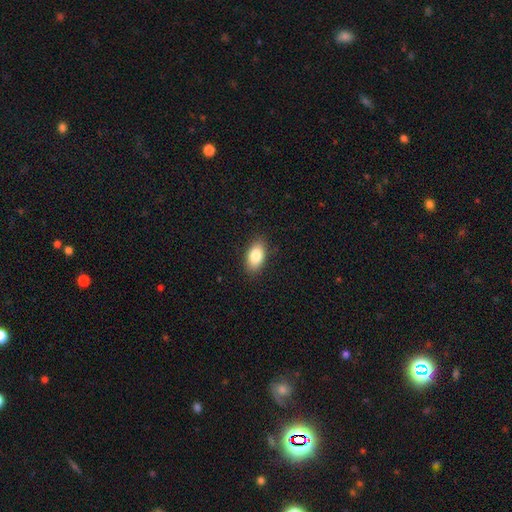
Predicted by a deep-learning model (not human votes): smooth-or-featured: smooth: 84% | featured or disk: 9% | star or artifact: 7%
  how-rounded: in between: 92% | round: 5% | cigar-shaped: 3%
  merging: none: 88% | minor disturbance: 9% | major disturbance: 2% | merger: 1%